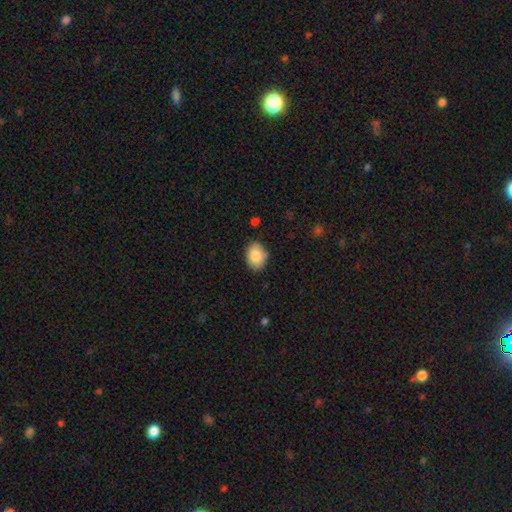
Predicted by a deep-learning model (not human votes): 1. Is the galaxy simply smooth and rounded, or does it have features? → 84% smooth, 9% featured or disk, 7% star or artifact.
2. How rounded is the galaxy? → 75% in between, 24% round, 1% cigar-shaped.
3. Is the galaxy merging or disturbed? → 80% none, 15% minor disturbance, 3% major disturbance, 2% merger.